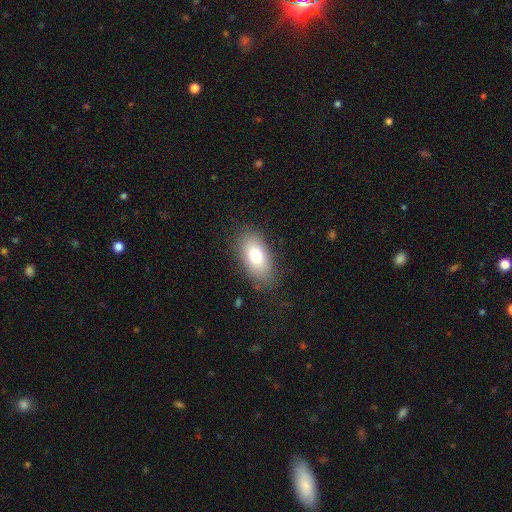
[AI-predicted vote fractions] A smooth galaxy with no disk features (75%) that is in between round and cigar-shaped (89%).

Vote fractions:
- Smooth or featured? smooth: 75% / featured or disk: 16% / star or artifact: 9%
- How rounded? in between: 89% / round: 6% / cigar-shaped: 5%
- Merging? none: 81% / minor disturbance: 14% / major disturbance: 5% / merger: 1%